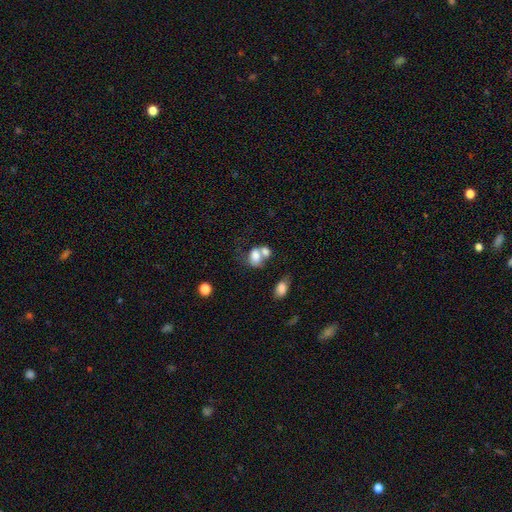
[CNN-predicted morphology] Overall: smooth (72%). How rounded: in between (70%). Merging: merger (54%; none 21%).